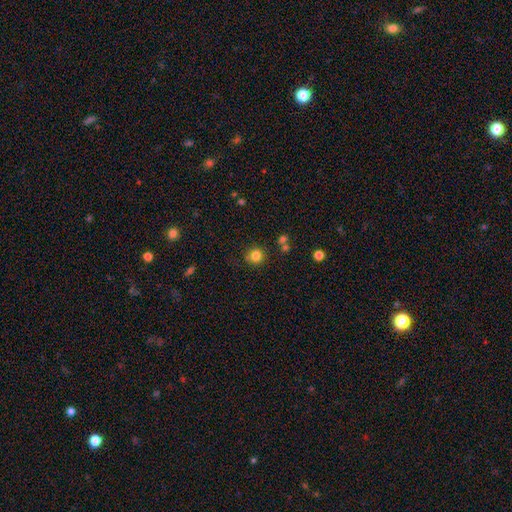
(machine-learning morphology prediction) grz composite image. It shows a smooth galaxy with no disk features (82%) that is round (92%). Merging: none (81%).